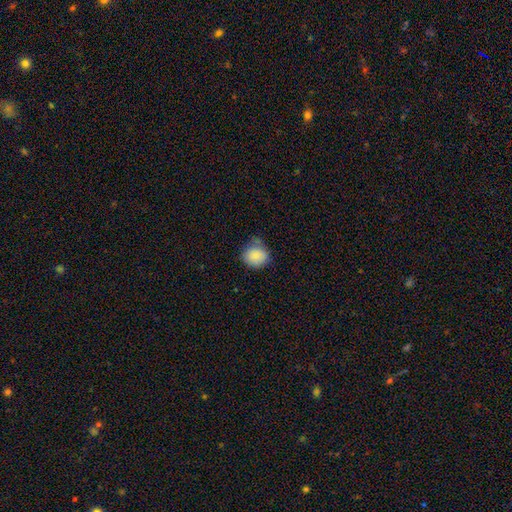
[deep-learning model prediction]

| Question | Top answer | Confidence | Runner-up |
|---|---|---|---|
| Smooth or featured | smooth | 87% | star or artifact (8%) |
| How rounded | round | 77% | in between (22%) |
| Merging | none | 59% | minor disturbance (32%) |